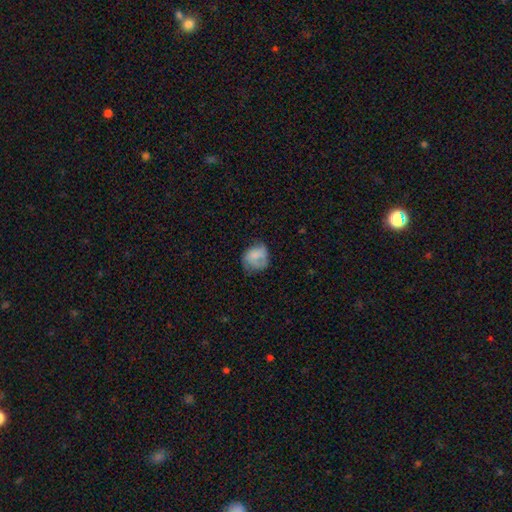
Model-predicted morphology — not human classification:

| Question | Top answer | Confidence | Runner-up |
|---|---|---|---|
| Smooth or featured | smooth | 69% | featured or disk (22%) |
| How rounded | round | 62% | in between (37%) |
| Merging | none | 48% | minor disturbance (31%) |